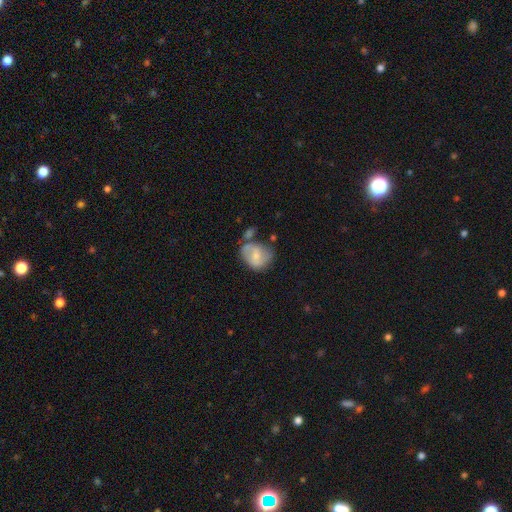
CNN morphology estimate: This is possibly a smooth galaxy (54%). How rounded: possibly in between (53%). Merging: marginally none (43%).